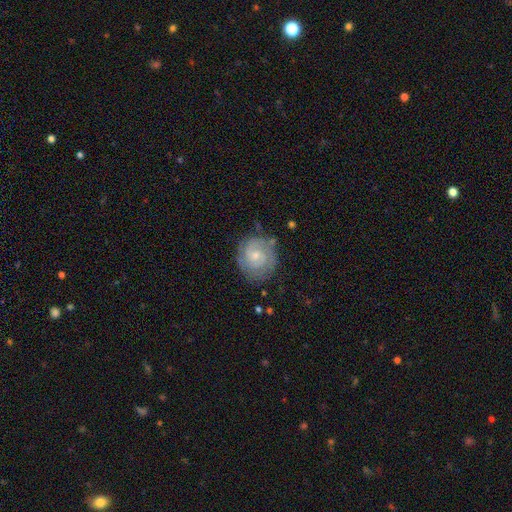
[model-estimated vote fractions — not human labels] A featured or disk galaxy (82%) with no bar (57%), 2 (72%) tight (66%) spiral arms (96%) and a small central bulge (65%). Merging: none (76%).